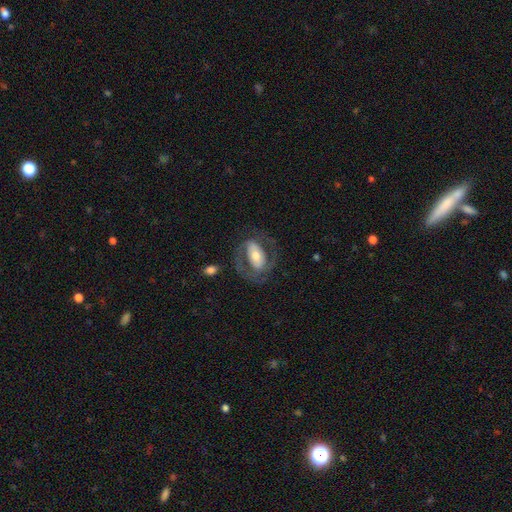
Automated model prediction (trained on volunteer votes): Smooth or featured?
  - featured or disk: 69% *
  - smooth: 25%
  - star or artifact: 6%
Edge-on disk?
  - no: 95% *
  - yes: 5%
Bar?
  - strong: 36% *
  - no: 35%
  - weak: 29%
Spiral arms?
  - yes: 76% *
  - no: 24%
Bulge size?
  - moderate: 57% *
  - small: 25%
  - large: 15%
  - dominant: 2%
  - none: 2%
Merging?
  - none: 62% *
  - major disturbance: 20%
  - minor disturbance: 16%
  - merger: 2%